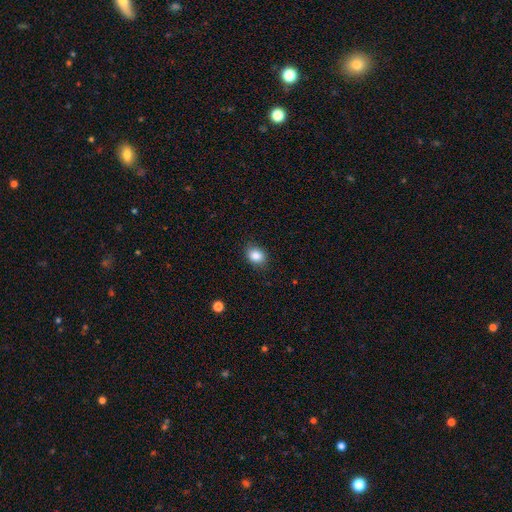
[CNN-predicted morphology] Smooth or featured?
  - smooth: 86% *
  - star or artifact: 9%
  - featured or disk: 5%
How rounded?
  - in between: 52% *
  - round: 47%
  - cigar-shaped: 1%
Merging?
  - none: 84% *
  - minor disturbance: 12%
  - major disturbance: 3%
  - merger: 1%